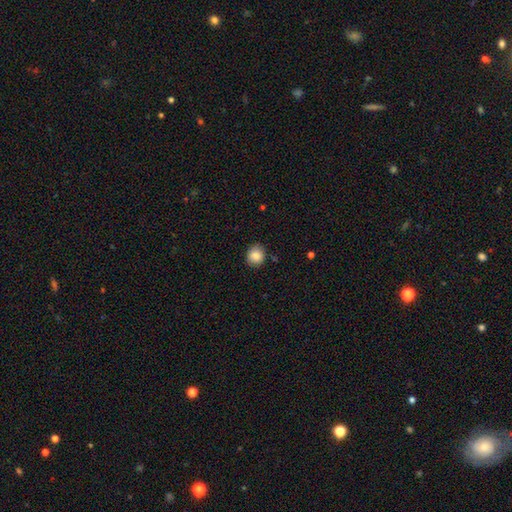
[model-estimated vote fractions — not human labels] The model was most divided on "how rounded": round: 82%, in between: 17%, cigar-shaped: 1%. More confident: merging — none (85%); smooth or featured — smooth (84%).